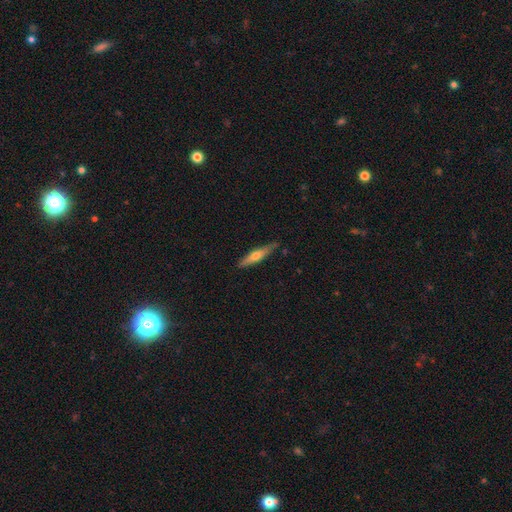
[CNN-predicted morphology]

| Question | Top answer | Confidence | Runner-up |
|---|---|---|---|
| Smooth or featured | featured or disk | 48% | smooth (46%) |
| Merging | none | 83% | minor disturbance (13%) |